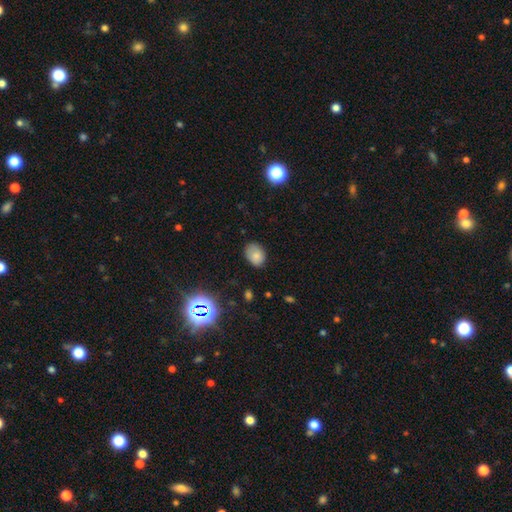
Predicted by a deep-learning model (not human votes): Smooth or featured? Predicted: smooth (p=0.77). How rounded? Predicted: in between (p=0.74). Merging? Predicted: none (p=0.72).